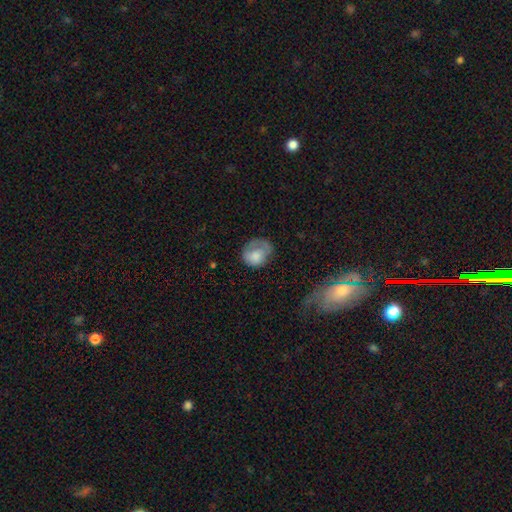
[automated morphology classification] Smooth or featured?
  - smooth: 70% *
  - featured or disk: 22%
  - star or artifact: 8%
How rounded?
  - round: 53% *
  - in between: 46%
  - cigar-shaped: 1%
Merging?
  - none: 43% *
  - minor disturbance: 31%
  - major disturbance: 24%
  - merger: 2%